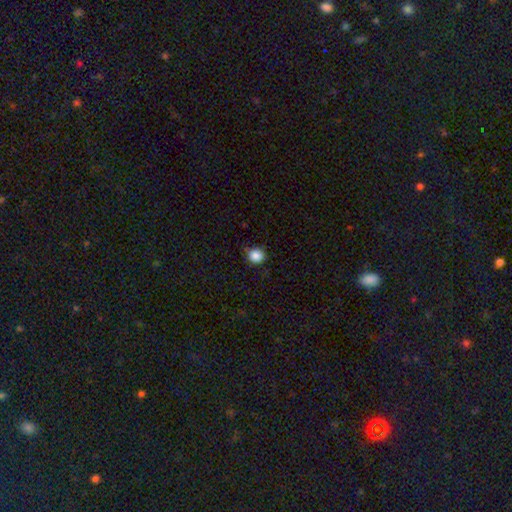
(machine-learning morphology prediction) Smooth or featured? smooth (87%)
How rounded? round (87%)
Merging? none (83%)